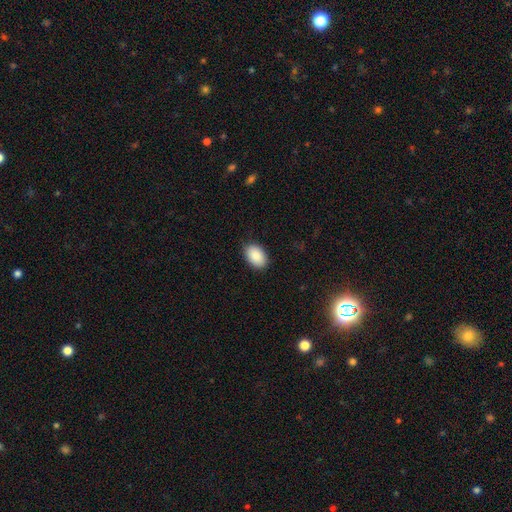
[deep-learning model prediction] This is clearly a smooth galaxy (89%). How rounded: clearly in between (90%). Merging: clearly none (88%).